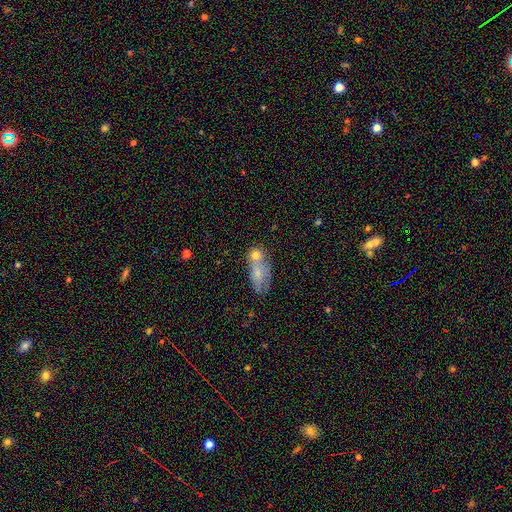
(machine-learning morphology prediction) Smooth or featured: smooth — 71% (featured or disk — 17%)
How rounded: in between — 53% (round — 41%)
Merging: merger — 42% (none — 40%)